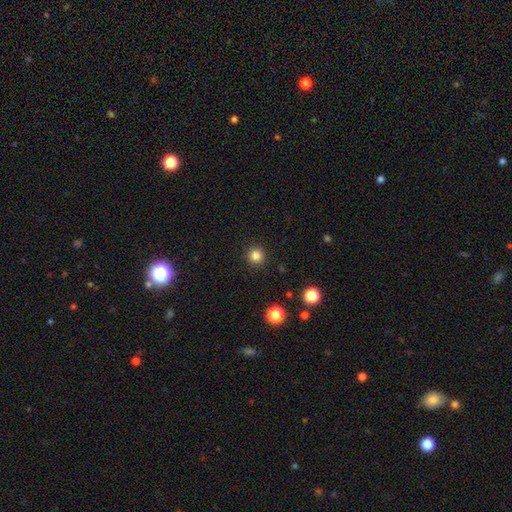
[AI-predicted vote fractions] This is clearly a smooth galaxy (83%). How rounded: clearly round (95%). Merging: clearly none (92%).